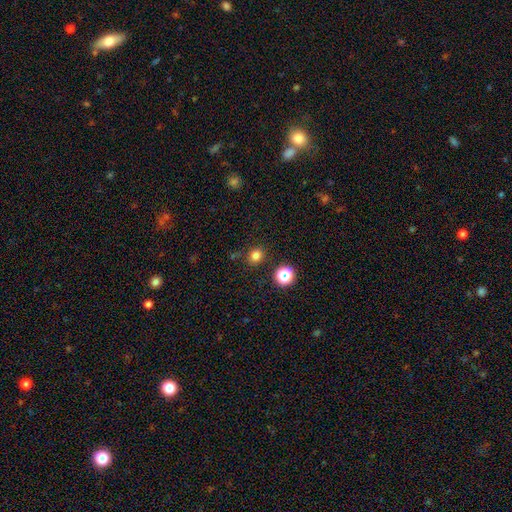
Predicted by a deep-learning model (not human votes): Smooth or featured: smooth — 79% (star or artifact — 16%)
How rounded: round — 76% (in between — 23%)
Merging: none — 83% (minor disturbance — 10%)